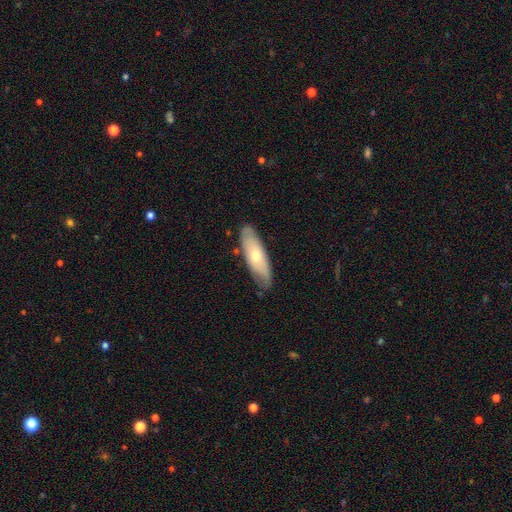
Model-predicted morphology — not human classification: Smooth or featured? smooth (55%)
How rounded? in between (56%)
Merging? none (73%)